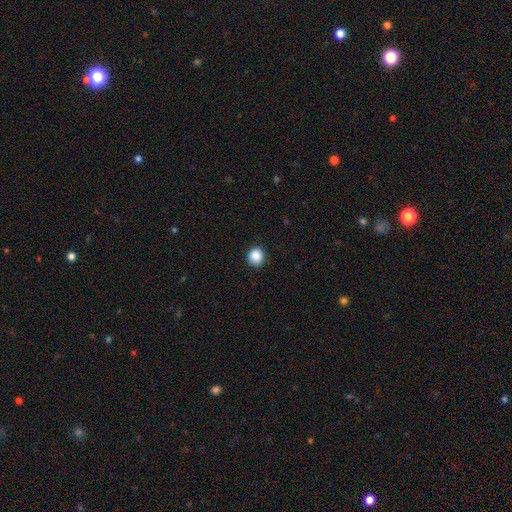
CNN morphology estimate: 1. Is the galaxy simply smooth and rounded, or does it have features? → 88% smooth, 9% star or artifact, 3% featured or disk.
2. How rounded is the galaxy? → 87% round, 12% in between, 1% cigar-shaped.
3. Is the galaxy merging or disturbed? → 90% none, 7% minor disturbance, 2% major disturbance, 1% merger.